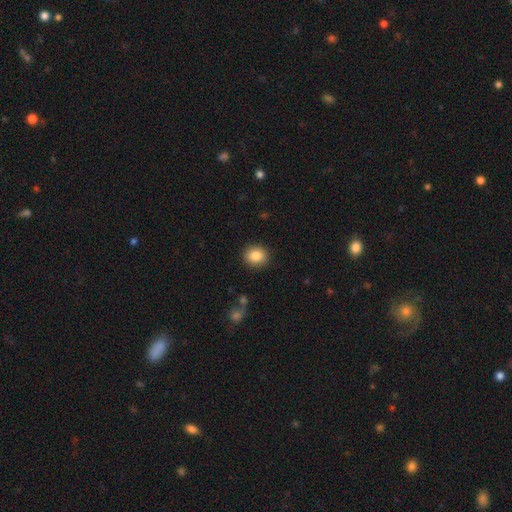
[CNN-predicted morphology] This is clearly a smooth galaxy (85%). How rounded: likely round (75%). Merging: clearly none (89%).